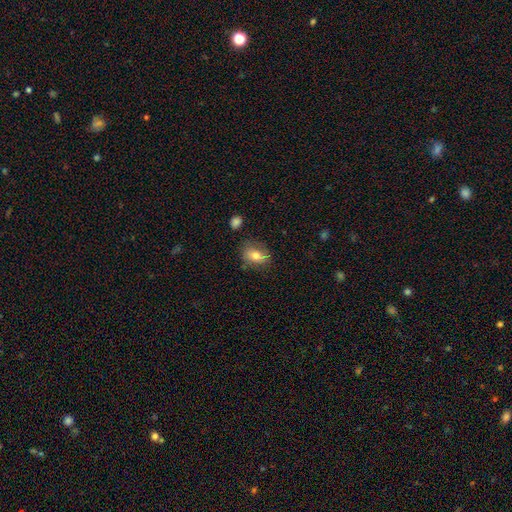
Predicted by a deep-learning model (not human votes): The model was most divided on "smooth or featured": smooth: 68%, featured or disk: 23%, star or artifact: 9%. More confident: how rounded — in between (71%); merging — none (70%).